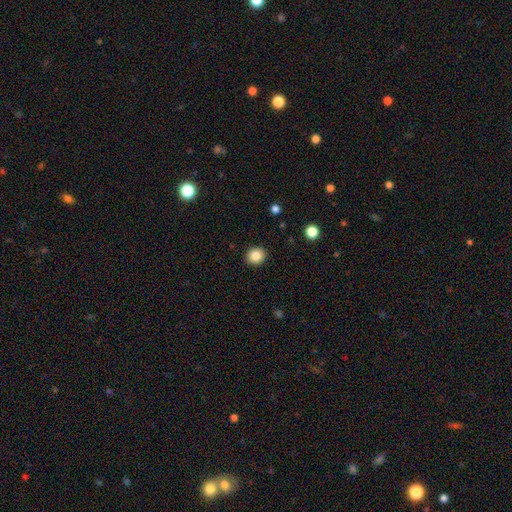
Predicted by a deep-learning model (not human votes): smooth-or-featured: smooth: 85% | star or artifact: 10% | featured or disk: 6%
  how-rounded: round: 74% | in between: 26% | cigar-shaped: 1%
  merging: none: 91% | minor disturbance: 6% | major disturbance: 2% | merger: 1%